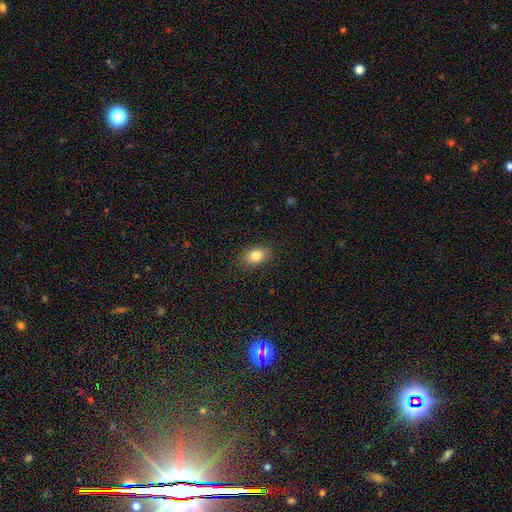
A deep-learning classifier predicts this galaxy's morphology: Smooth or featured? smooth (83%)
How rounded? in between (84%)
Merging? none (87%)